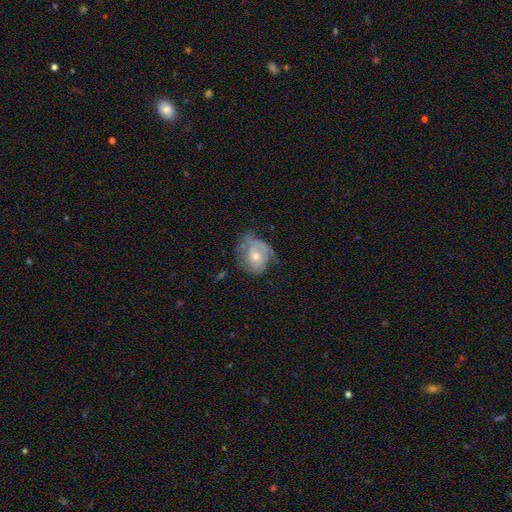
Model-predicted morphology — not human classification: A featured or disk galaxy (58%) with no bar (78%), spiral arms (66%) and a moderate central bulge (61%). Merging: none (46%).